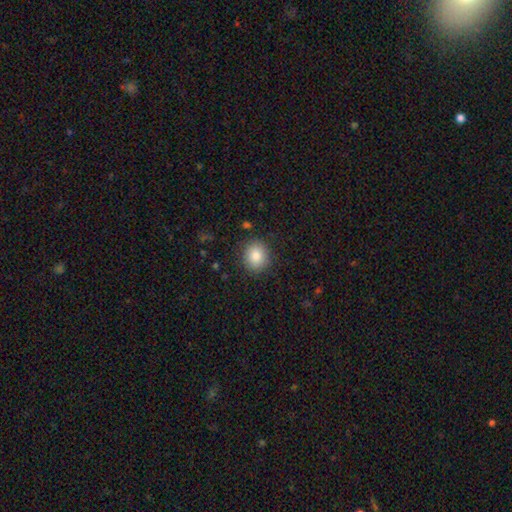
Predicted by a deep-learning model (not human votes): Smooth or featured: smooth — 85% (star or artifact — 9%)
How rounded: round — 78% (in between — 21%)
Merging: none — 88% (minor disturbance — 8%)